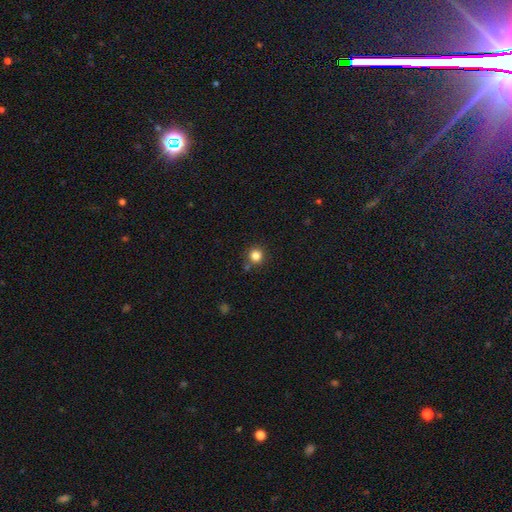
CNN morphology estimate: smooth-or-featured: smooth: 83% | star or artifact: 12% | featured or disk: 5%
  how-rounded: round: 94% | in between: 5% | cigar-shaped: 1%
  merging: none: 85% | minor disturbance: 8% | merger: 5% | major disturbance: 2%